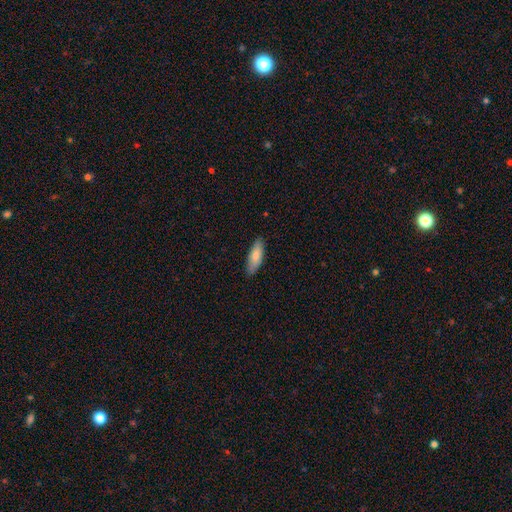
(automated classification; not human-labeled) smooth 81%, featured or disk 13%, star or artifact 6%. Down the decision tree: how rounded — in between (60%); merging — none (86%).